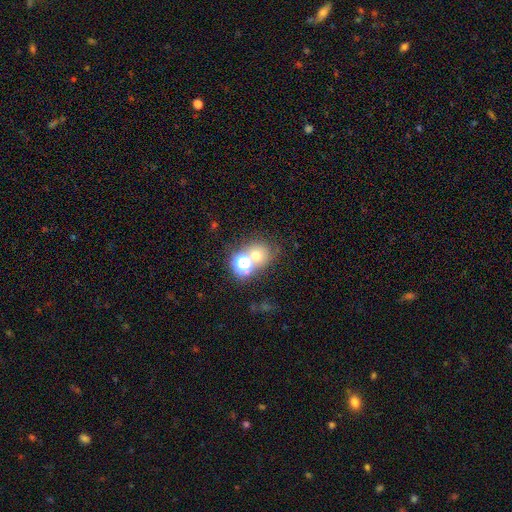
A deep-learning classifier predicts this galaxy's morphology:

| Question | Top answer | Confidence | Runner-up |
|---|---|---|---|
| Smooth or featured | smooth | 60% | star or artifact (29%) |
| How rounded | round | 80% | in between (19%) |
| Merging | none | 54% | merger (33%) |